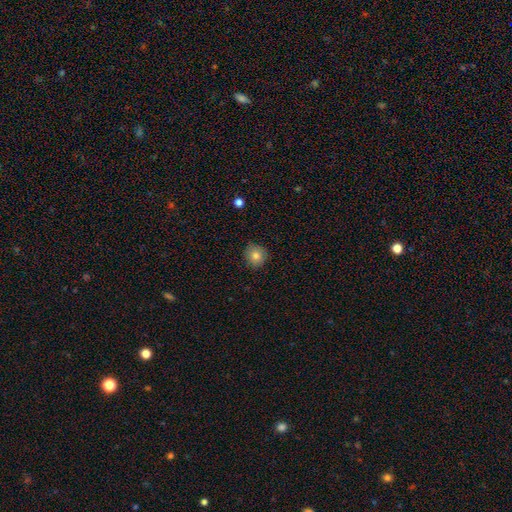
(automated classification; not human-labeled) Overall: smooth (81%). How rounded: round (91%). Merging: none (86%).